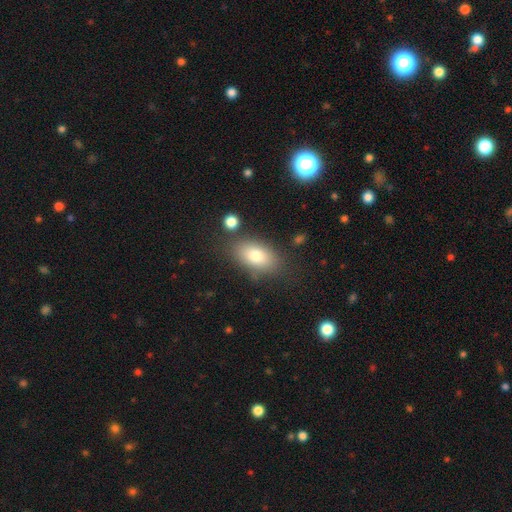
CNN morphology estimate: Smooth or featured?
  - smooth: 78% *
  - featured or disk: 13%
  - star or artifact: 9%
How rounded?
  - in between: 89% *
  - round: 8%
  - cigar-shaped: 3%
Merging?
  - none: 78% *
  - minor disturbance: 14%
  - major disturbance: 5%
  - merger: 4%